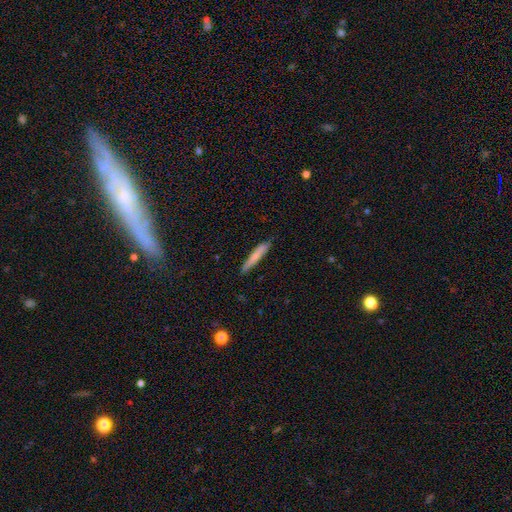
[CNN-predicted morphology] smooth_or_featured: smooth (p=0.73) [alt: featured or disk p=0.21]
how_rounded: cigar-shaped (p=0.94) [alt: in between p=0.05]
merging: none (p=0.84) [alt: minor disturbance p=0.13]